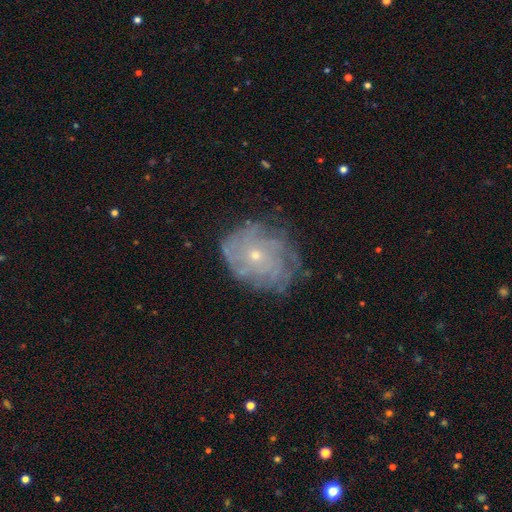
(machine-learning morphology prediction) Q: Smooth or featured?
A: featured or disk (73%); runner-up: smooth (17%)
Q: Edge-on disk?
A: no (97%); runner-up: yes (3%)
Q: Bar?
A: no (84%); runner-up: weak (13%)
Q: Spiral arms?
A: yes (84%); runner-up: no (16%)
Q: Spiral winding?
A: tight (68%); runner-up: medium (23%)
Q: Spiral arm count?
A: can't tell (50%); runner-up: more than 4 (15%)
Q: Bulge size?
A: small (77%); runner-up: moderate (20%)
Q: Merging?
A: none (71%); runner-up: minor disturbance (19%)